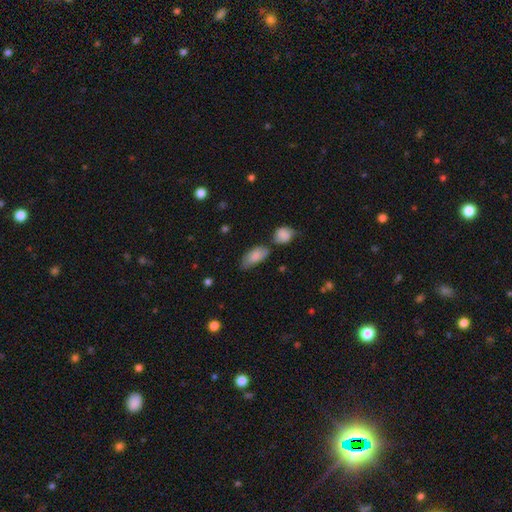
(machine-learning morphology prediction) A smooth galaxy with no disk features (82%) that is in between round and cigar-shaped (90%). Merging: none (52%).